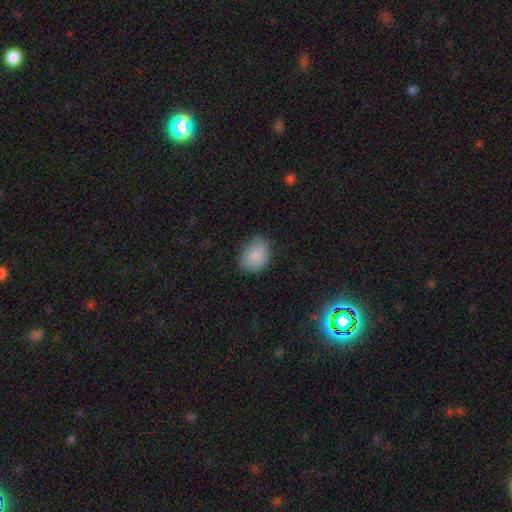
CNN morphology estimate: smooth 86%, featured or disk 7%, star or artifact 7%. Down the decision tree: how rounded — in between (66%); merging — none (73%).